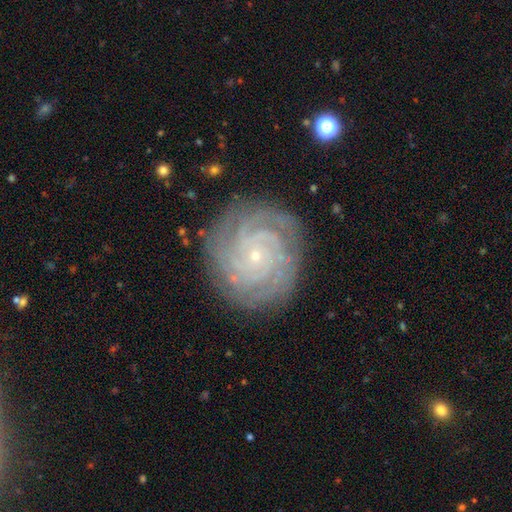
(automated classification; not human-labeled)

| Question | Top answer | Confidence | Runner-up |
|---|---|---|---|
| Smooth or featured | featured or disk | 88% | star or artifact (6%) |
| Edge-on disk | no | 98% | yes (2%) |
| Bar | no | 81% | weak (14%) |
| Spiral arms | yes | 98% | no (2%) |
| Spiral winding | tight | 85% | medium (13%) |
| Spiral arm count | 4 | 30% | 3 (18%) |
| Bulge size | small | 89% | moderate (8%) |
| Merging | none | 84% | minor disturbance (11%) |